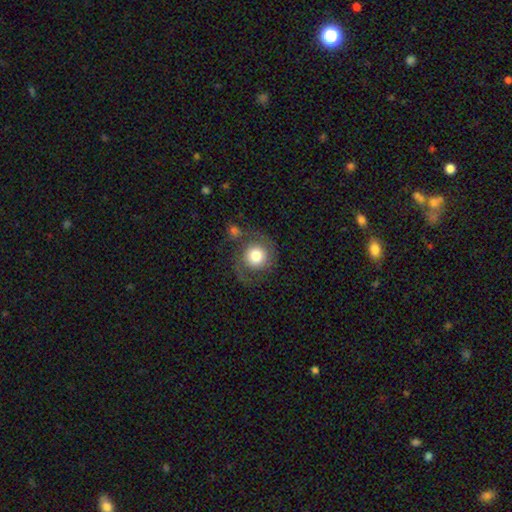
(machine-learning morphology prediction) Smooth or featured?
  - smooth: 48% *
  - featured or disk: 44%
  - star or artifact: 8%
Merging?
  - none: 56% *
  - minor disturbance: 18%
  - major disturbance: 17%
  - merger: 9%